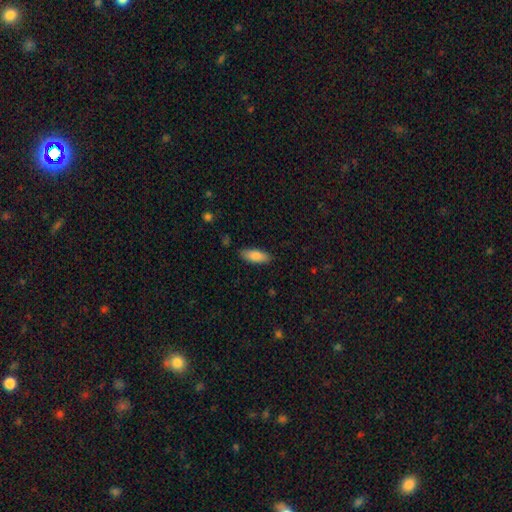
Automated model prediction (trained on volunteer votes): smooth_or_featured: smooth (p=0.86) [alt: featured or disk p=0.08]
how_rounded: in between (p=0.75) [alt: cigar-shaped p=0.24]
merging: none (p=0.85) [alt: minor disturbance p=0.11]